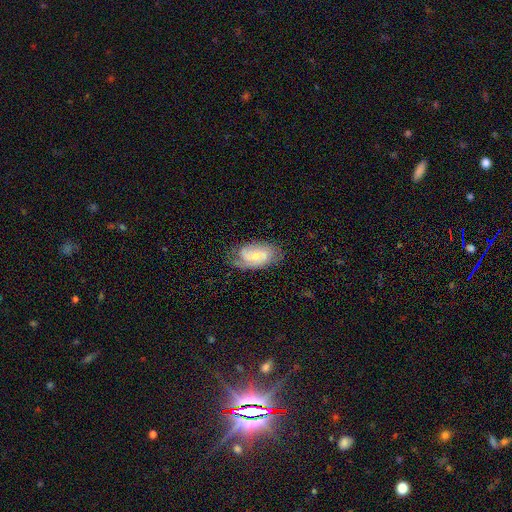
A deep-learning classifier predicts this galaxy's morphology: Smooth or featured?
  - featured or disk: 63% *
  - smooth: 30%
  - star or artifact: 7%
Edge-on disk?
  - no: 95% *
  - yes: 5%
Bar?
  - no: 62% *
  - weak: 32%
  - strong: 6%
Spiral arms?
  - yes: 86% *
  - no: 14%
Spiral winding?
  - tight: 42% *
  - medium: 39%
  - loose: 19%
Spiral arm count?
  - 2: 48% *
  - can't tell: 28%
  - 1: 13%
  - 3: 7%
  - 4: 2%
  - more than 4: 2%
Bulge size?
  - small: 57% *
  - moderate: 37%
  - none: 3%
  - large: 2%
  - dominant: 1%
Merging?
  - none: 65% *
  - minor disturbance: 24%
  - major disturbance: 9%
  - merger: 2%